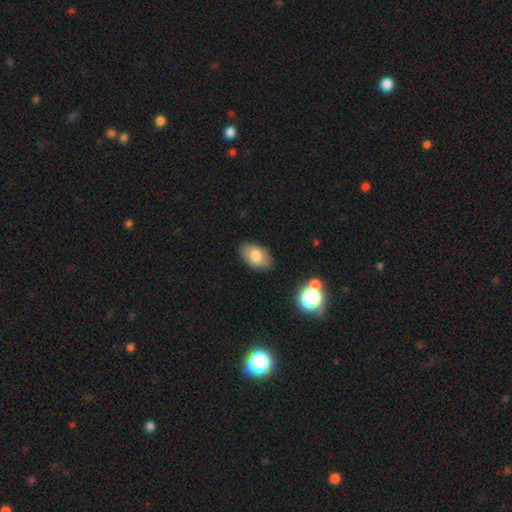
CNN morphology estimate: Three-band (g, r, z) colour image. It shows a smooth galaxy with no disk features (80%) that is in between round and cigar-shaped (91%). Merging: none (85%).